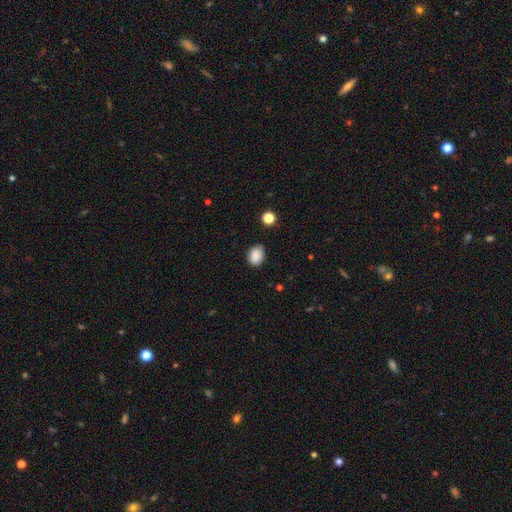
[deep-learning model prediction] Q: Smooth or featured?
A: smooth (87%); runner-up: star or artifact (9%)
Q: How rounded?
A: in between (65%); runner-up: round (34%)
Q: Merging?
A: none (78%); runner-up: minor disturbance (17%)